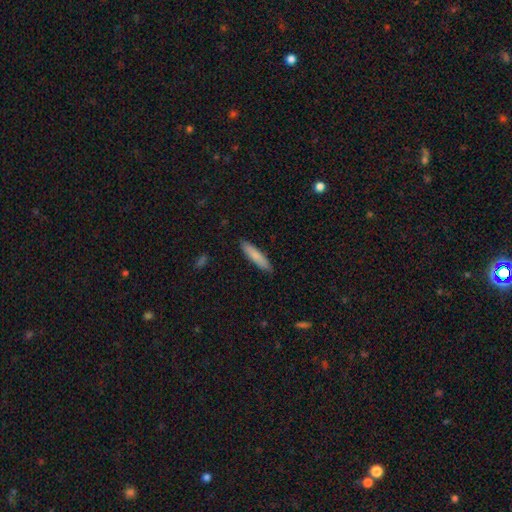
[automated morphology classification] This is clearly a smooth galaxy (80%). How rounded: clearly cigar-shaped (82%). Merging: clearly none (87%).